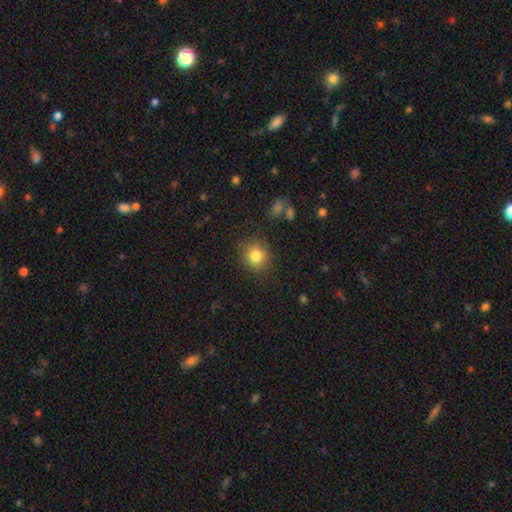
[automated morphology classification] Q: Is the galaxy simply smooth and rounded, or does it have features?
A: smooth — 82%.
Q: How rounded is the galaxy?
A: round — 85%.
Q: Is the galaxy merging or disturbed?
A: none — 85%.